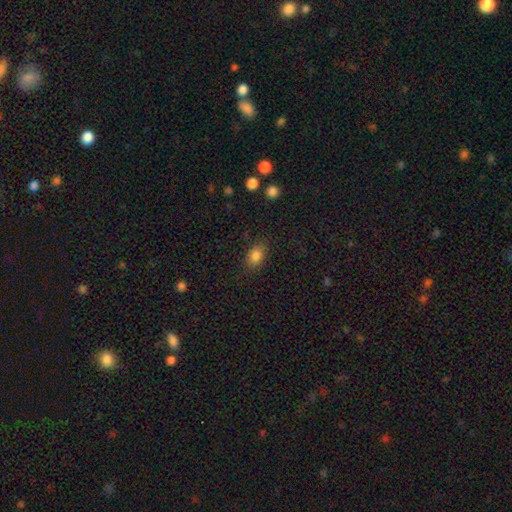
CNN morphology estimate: smooth 83%, star or artifact 11%, featured or disk 6%. Down the decision tree: how rounded — in between (78%); merging — none (82%).